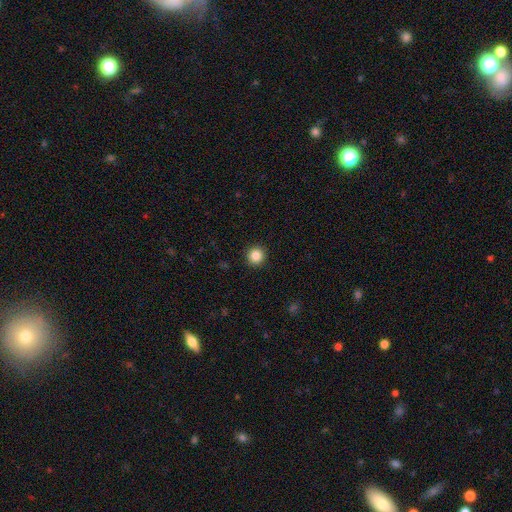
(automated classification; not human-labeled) Smooth or featured? Predicted: smooth (p=0.86). How rounded? Predicted: round (p=0.95). Merging? Predicted: none (p=0.93).